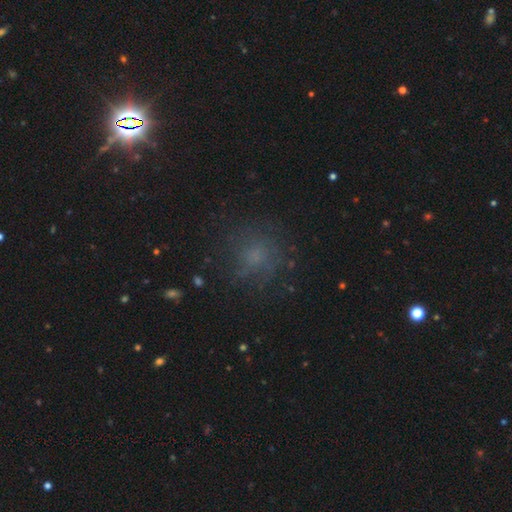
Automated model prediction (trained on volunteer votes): Smooth or featured?
  - smooth: 53% *
  - star or artifact: 28%
  - featured or disk: 19%
How rounded?
  - round: 85% *
  - in between: 14%
  - cigar-shaped: 1%
Merging?
  - none: 73% *
  - minor disturbance: 15%
  - major disturbance: 11%
  - merger: 2%